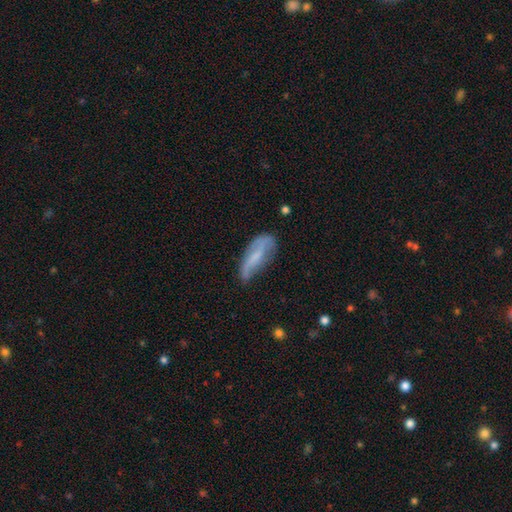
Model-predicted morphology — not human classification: A featured or disk galaxy (48%). Merging: none (50%).